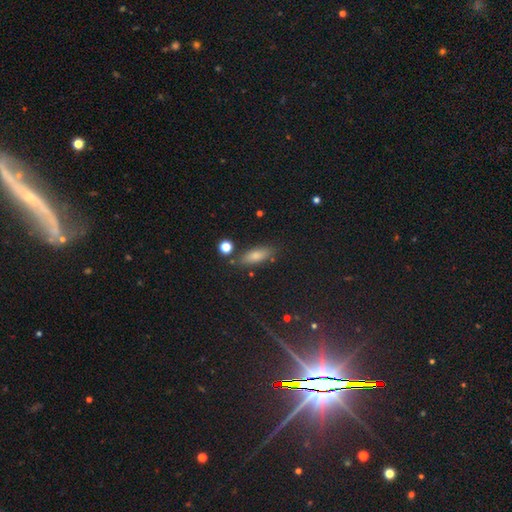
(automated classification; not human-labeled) A smooth galaxy with no disk features (77%) that is in between round and cigar-shaped (69%).

Vote fractions:
- Smooth or featured? smooth: 77% / featured or disk: 13% / star or artifact: 11%
- How rounded? in between: 69% / cigar-shaped: 27% / round: 4%
- Merging? none: 79% / minor disturbance: 13% / merger: 5% / major disturbance: 4%